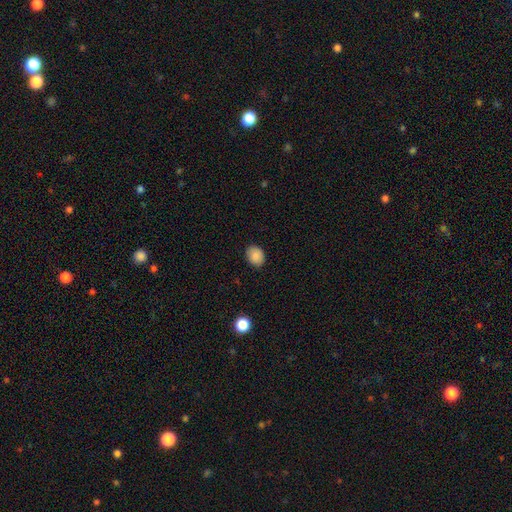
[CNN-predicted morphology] Q: Smooth or featured?
A: smooth (87%); runner-up: star or artifact (9%)
Q: How rounded?
A: in between (55%); runner-up: round (45%)
Q: Merging?
A: none (87%); runner-up: minor disturbance (9%)